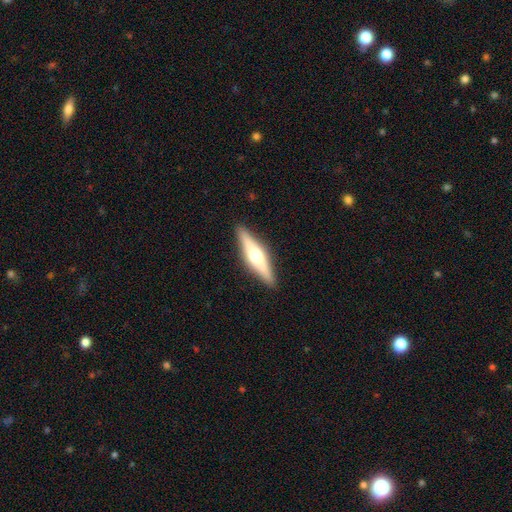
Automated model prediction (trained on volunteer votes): Smooth or featured: featured or disk — 60% (smooth — 35%)
Edge-on disk: yes — 95% (no — 5%)
Edge-on bulge: rounded — 92% (boxy — 5%)
Merging: none — 90% (minor disturbance — 8%)